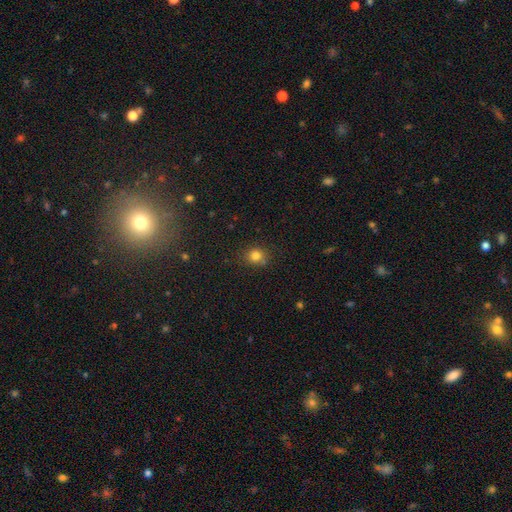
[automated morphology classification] A smooth galaxy with no disk features (80%) that is round (79%). Merging: none (74%).